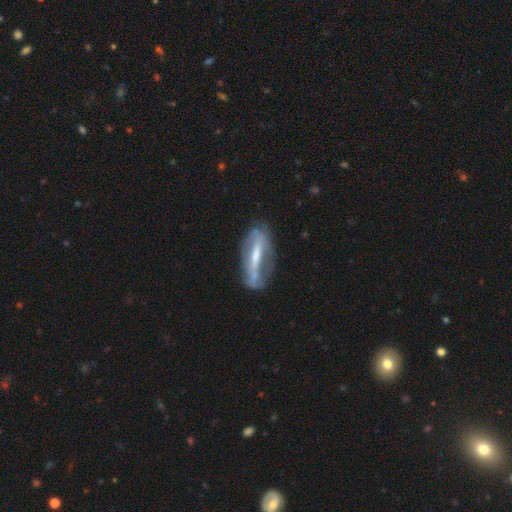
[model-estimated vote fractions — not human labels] Smooth or featured?
  - featured or disk: 65% *
  - smooth: 28%
  - star or artifact: 7%
Edge-on disk?
  - no: 68% *
  - yes: 32%
Merging?
  - none: 62% *
  - minor disturbance: 23%
  - major disturbance: 12%
  - merger: 3%